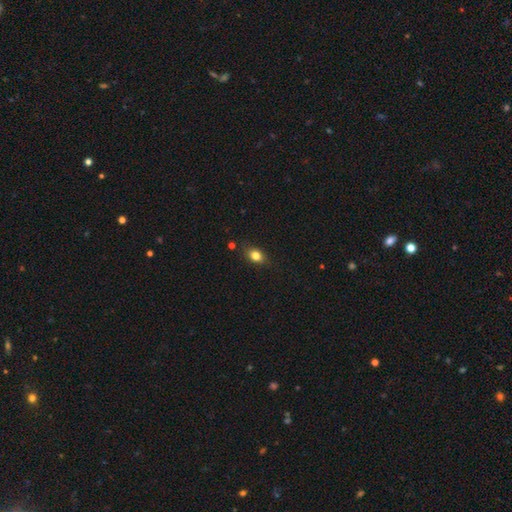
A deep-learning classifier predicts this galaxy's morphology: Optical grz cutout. It shows a smooth galaxy with no disk features (80%) that is in between round and cigar-shaped (68%). Merging: none (78%).